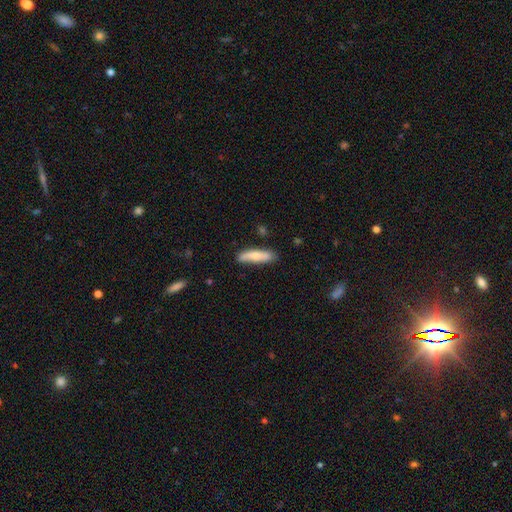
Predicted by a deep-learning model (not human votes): Overall: smooth (68%). How rounded: cigar-shaped (73%). Merging: none (78%).